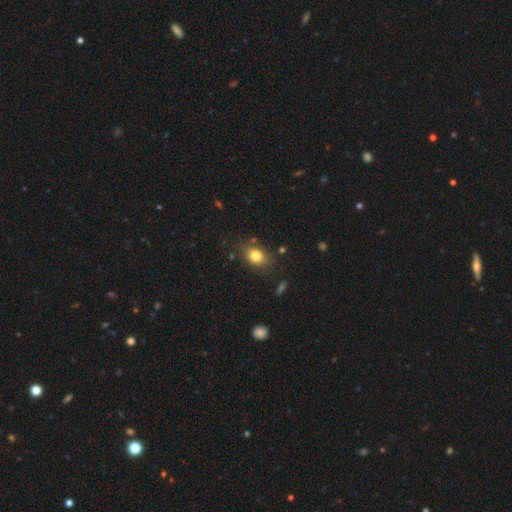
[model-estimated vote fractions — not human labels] Smooth or featured? smooth (81%)
How rounded? in between (70%)
Merging? none (78%)